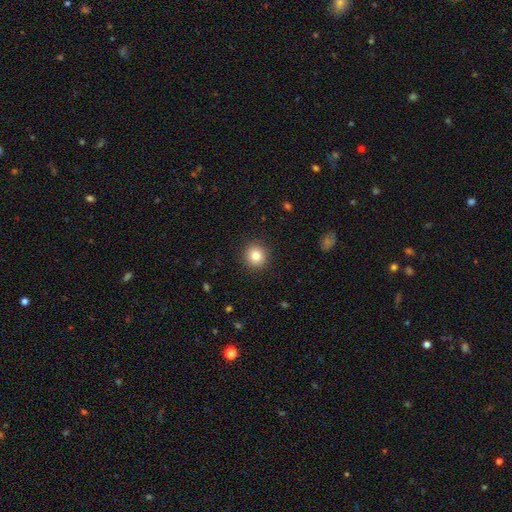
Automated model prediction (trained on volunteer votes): Morphology: type=smooth (83%); roundness=round (88%); merging=none (91%).